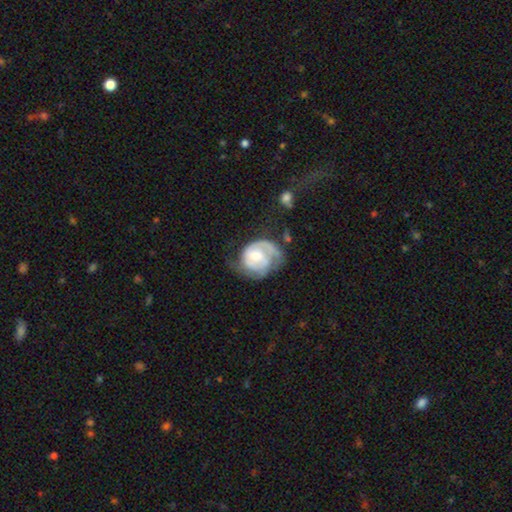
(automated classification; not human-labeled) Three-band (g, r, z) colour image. It shows a featured or disk galaxy (67%) with no bar (59%), 2 (35%) tight (46%) spiral arms (81%) and a moderate central bulge (42%). Merging: none (37%).